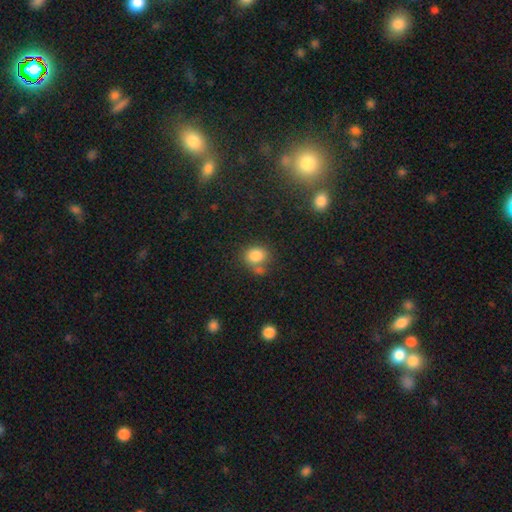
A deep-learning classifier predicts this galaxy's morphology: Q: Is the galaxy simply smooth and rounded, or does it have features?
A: smooth — 83%.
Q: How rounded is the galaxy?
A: round — 60%.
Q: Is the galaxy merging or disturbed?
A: none — 57%.